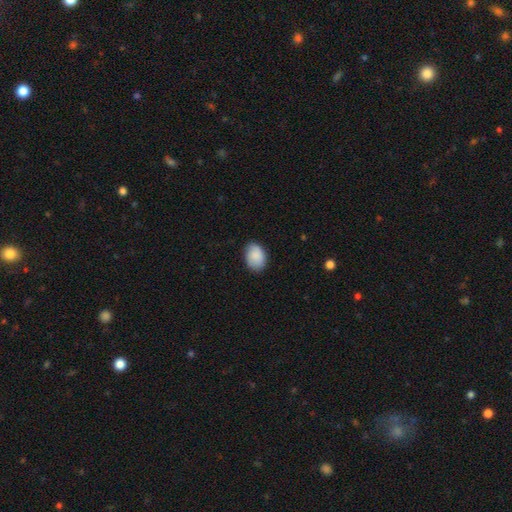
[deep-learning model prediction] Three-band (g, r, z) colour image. It shows a smooth galaxy with no disk features (86%) that is in between round and cigar-shaped (78%). Merging: none (80%).